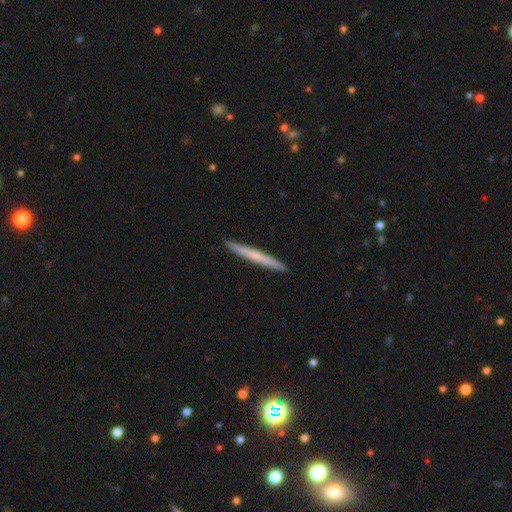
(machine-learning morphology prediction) smooth 59%, featured or disk 36%, star or artifact 5%. Down the decision tree: how rounded — cigar-shaped (97%); merging — none (93%).